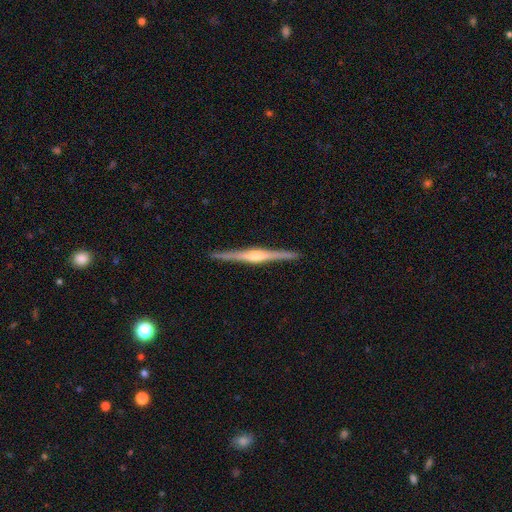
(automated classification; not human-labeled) This appears to be a featured or disk galaxy (87%) viewed edge-on (99%) with a rounded central bulge (87%). Merging: none (92%).